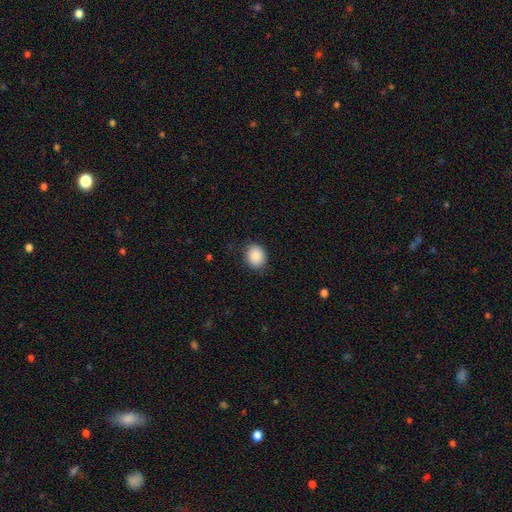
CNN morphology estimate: smooth 88%, star or artifact 8%, featured or disk 4%. Down the decision tree: how rounded — round (63%); merging — none (82%).